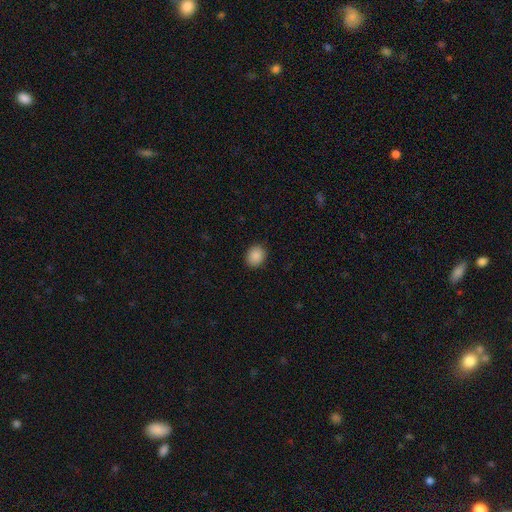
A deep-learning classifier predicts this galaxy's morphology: Overall: smooth (88%). How rounded: round (60%; in between 39%). Merging: none (90%).